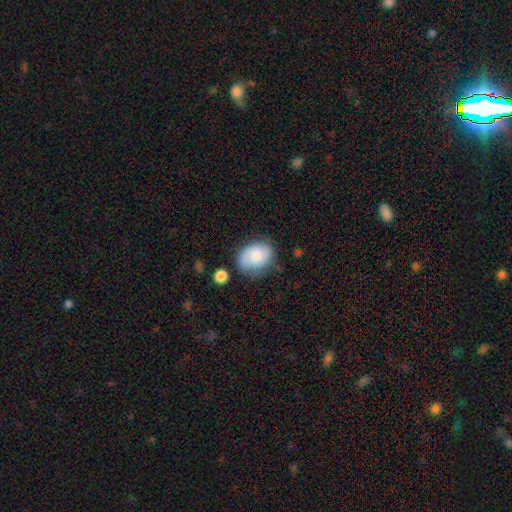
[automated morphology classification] A smooth galaxy with no disk features (69%) that is in between round and cigar-shaped (67%).

Vote fractions:
- Smooth or featured? smooth: 69% / featured or disk: 24% / star or artifact: 7%
- How rounded? in between: 67% / round: 32% / cigar-shaped: 1%
- Merging? none: 64% / minor disturbance: 25% / major disturbance: 7% / merger: 4%